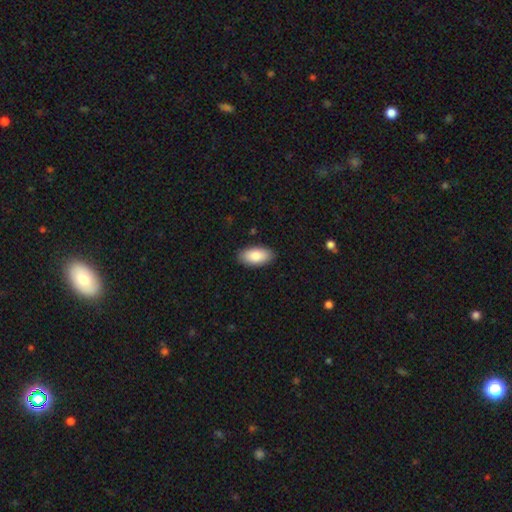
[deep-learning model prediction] smooth 86%, featured or disk 8%, star or artifact 6%. Down the decision tree: how rounded — in between (94%); merging — none (89%).